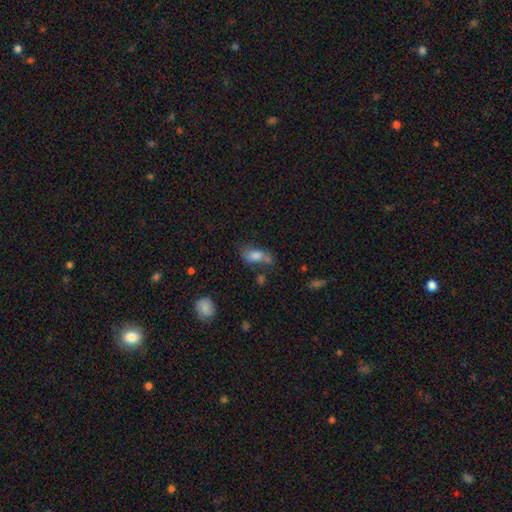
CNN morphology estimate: smooth-or-featured: smooth: 74% | featured or disk: 15% | star or artifact: 10%
  how-rounded: in between: 83% | round: 10% | cigar-shaped: 7%
  merging: none: 37% | merger: 25% | minor disturbance: 23% | major disturbance: 15%